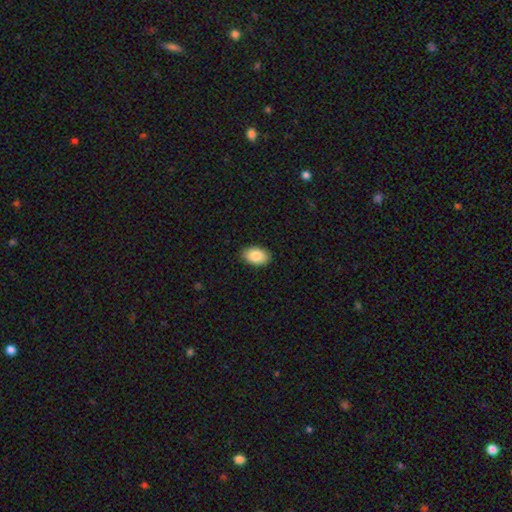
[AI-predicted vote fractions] smooth-or-featured: smooth: 87% | star or artifact: 7% | featured or disk: 7%
  how-rounded: in between: 90% | round: 9% | cigar-shaped: 1%
  merging: none: 89% | minor disturbance: 8% | major disturbance: 2% | merger: 1%